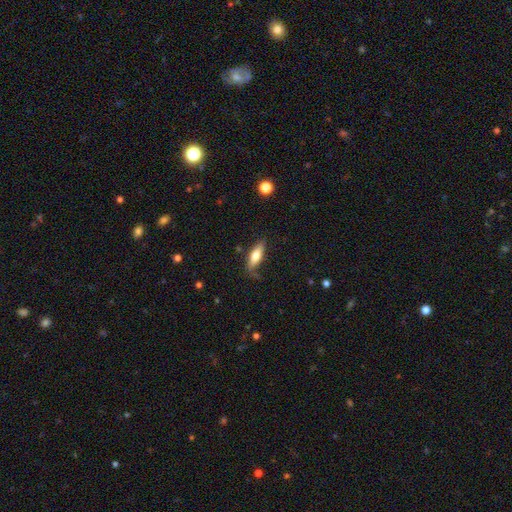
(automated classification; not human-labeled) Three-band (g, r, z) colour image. It shows a smooth galaxy with no disk features (66%) that is in between round and cigar-shaped (50%). Merging: none (69%).